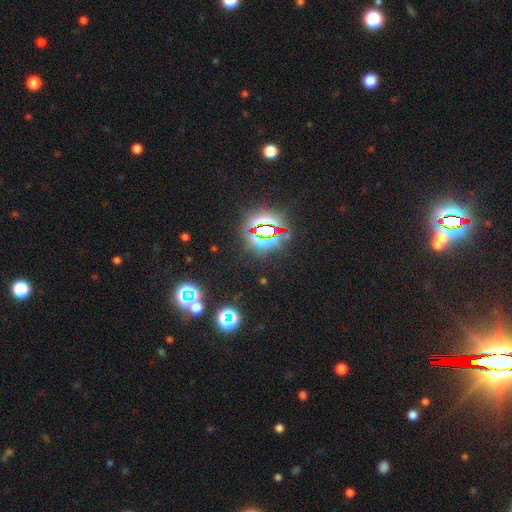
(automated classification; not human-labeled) Q: Smooth or featured?
A: star or artifact (81%); runner-up: smooth (12%)